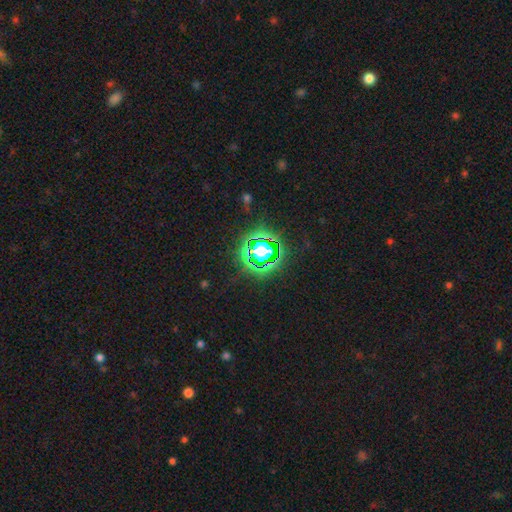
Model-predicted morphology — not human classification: The model was most divided on "smooth or featured": star or artifact: 82%, smooth: 12%, featured or disk: 6%.